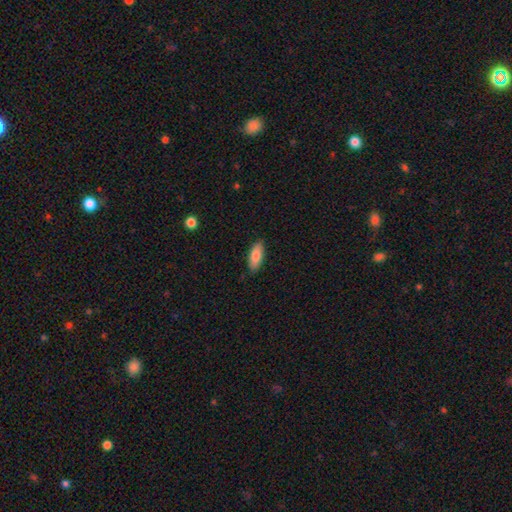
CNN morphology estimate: This is clearly a smooth galaxy (82%). How rounded: likely in between (74%). Merging: clearly none (86%).